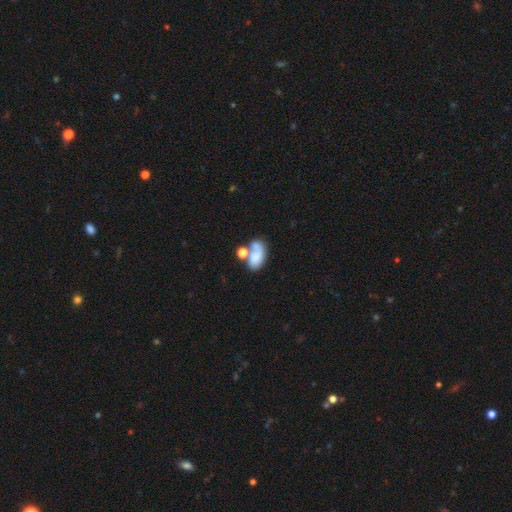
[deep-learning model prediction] Morphology: type=smooth (64%); roundness=in between (87%); merging=merger (48%).